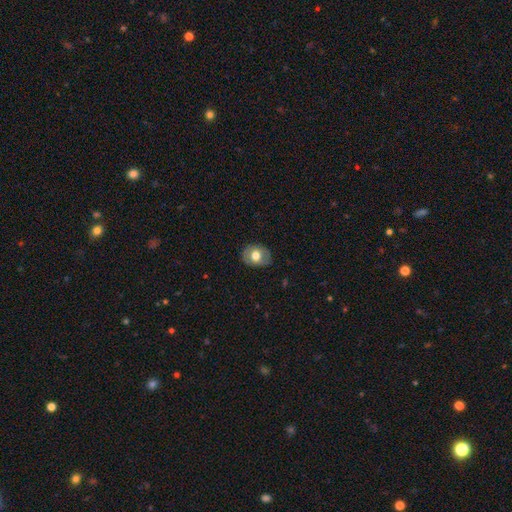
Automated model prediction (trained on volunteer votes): A smooth galaxy with no disk features (63%) that is in between round and cigar-shaped (52%).

Vote fractions:
- Smooth or featured? smooth: 63% / featured or disk: 30% / star or artifact: 7%
- How rounded? in between: 52% / round: 47% / cigar-shaped: 1%
- Merging? none: 81% / minor disturbance: 15% / major disturbance: 4% / merger: 1%